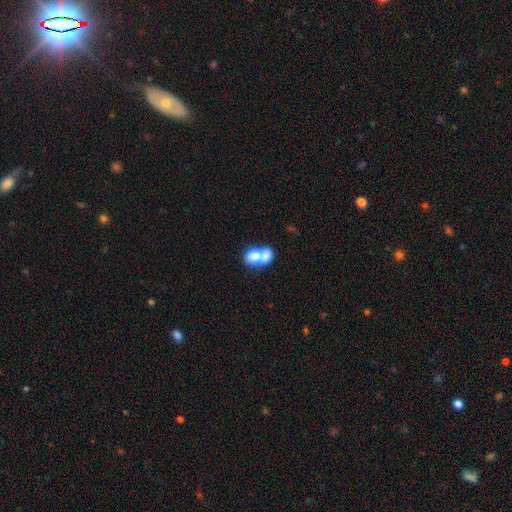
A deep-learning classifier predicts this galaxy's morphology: Smooth or featured: smooth — 73% (featured or disk — 19%)
How rounded: in between — 57% (round — 42%)
Merging: merger — 72% (none — 17%)